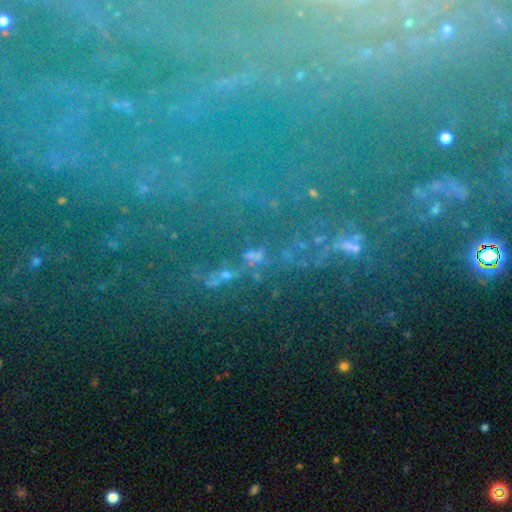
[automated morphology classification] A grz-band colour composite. It shows a star or artifact, not a galaxy (57%).